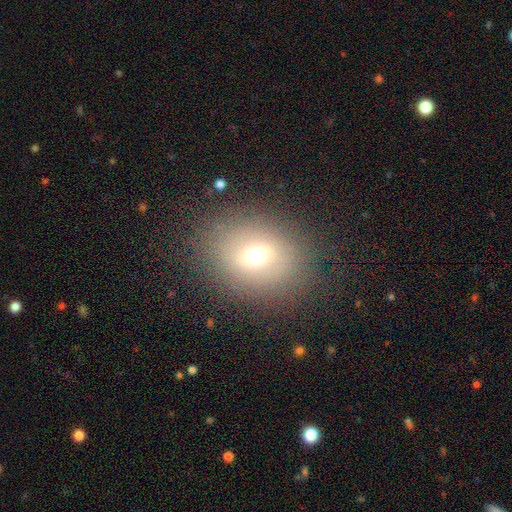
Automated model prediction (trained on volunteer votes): Smooth or featured? Predicted: smooth (p=0.62). How rounded? Predicted: in between (p=0.51). Merging? Predicted: none (p=0.83).